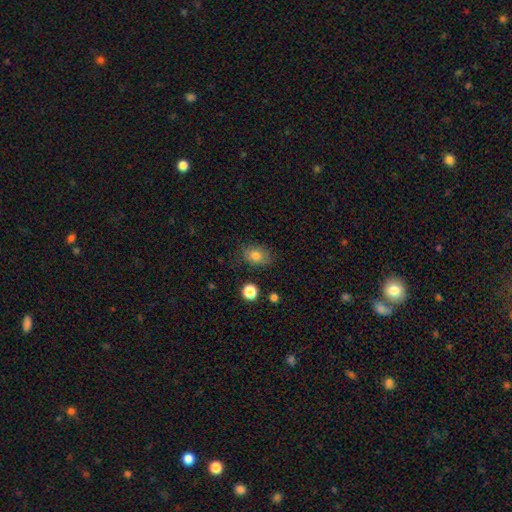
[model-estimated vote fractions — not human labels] Smooth or featured? smooth (79%)
How rounded? in between (71%)
Merging? none (79%)